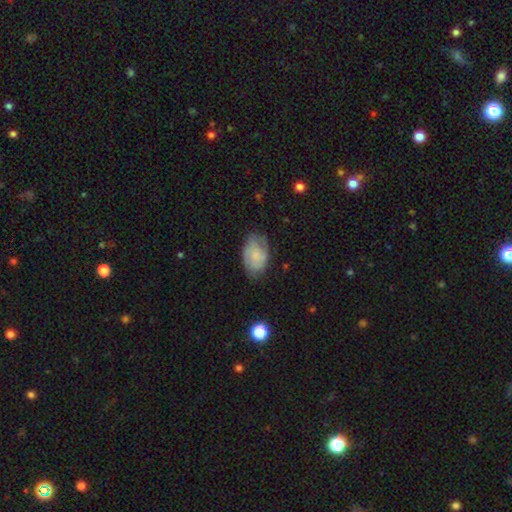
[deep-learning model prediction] smooth_or_featured: smooth (p=0.47) [alt: featured or disk p=0.46]
merging: none (p=0.64) [alt: minor disturbance p=0.26]